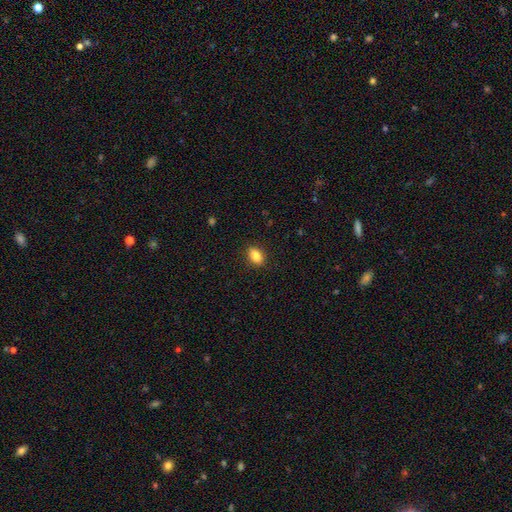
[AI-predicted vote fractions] The model was most divided on "how rounded": in between: 85%, round: 12%, cigar-shaped: 2%. More confident: merging — none (89%); smooth or featured — smooth (86%).